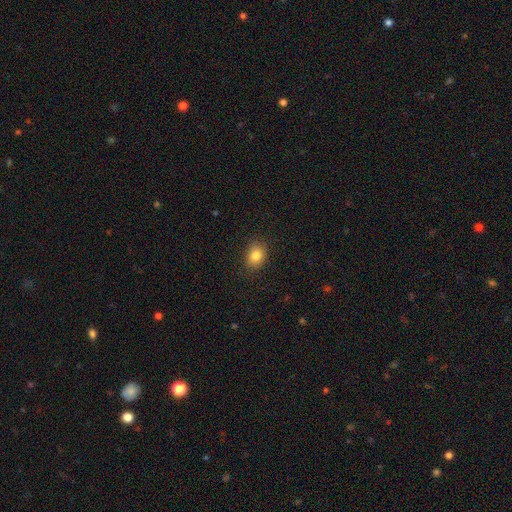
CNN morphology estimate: Smooth or featured? smooth (84%)
How rounded? in between (58%)
Merging? none (86%)